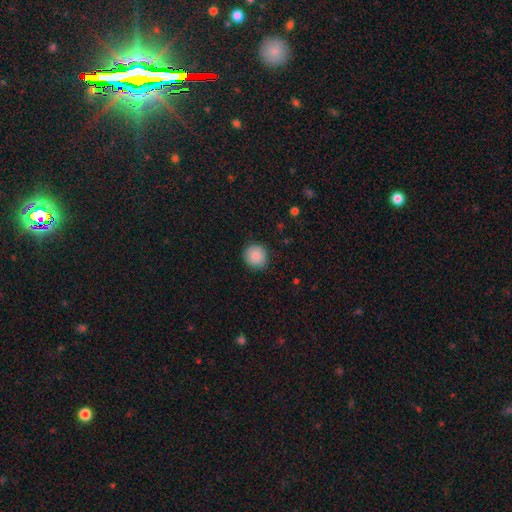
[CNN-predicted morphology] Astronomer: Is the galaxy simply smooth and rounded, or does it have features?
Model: smooth — 87%.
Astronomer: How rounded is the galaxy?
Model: round — 91%.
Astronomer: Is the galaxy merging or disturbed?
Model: none — 88%.